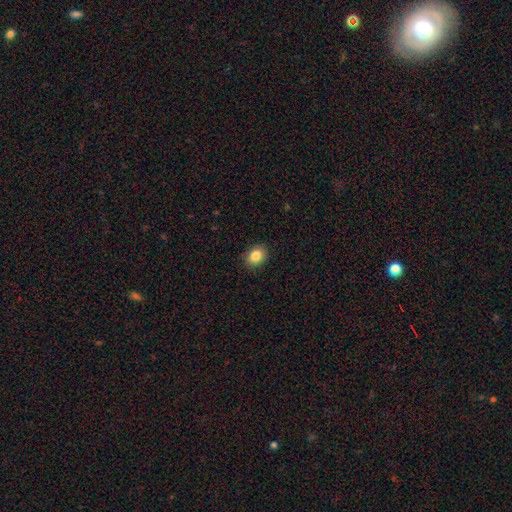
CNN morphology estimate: Smooth or featured: smooth — 85% (star or artifact — 9%)
How rounded: in between — 55% (round — 44%)
Merging: none — 90% (minor disturbance — 8%)